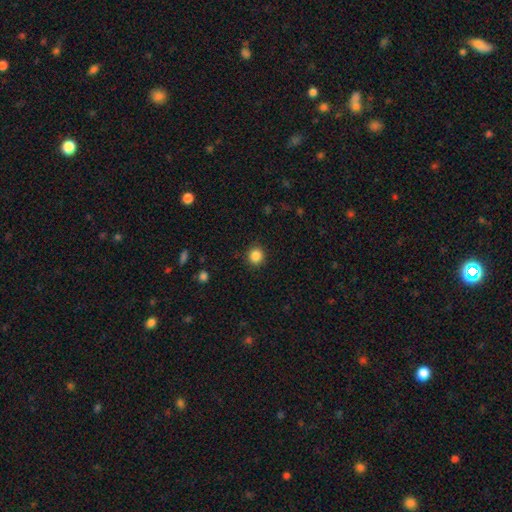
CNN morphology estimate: A smooth galaxy with no disk features (86%) that is round (90%).

Vote fractions:
- Smooth or featured? smooth: 86% / star or artifact: 11% / featured or disk: 3%
- How rounded? round: 90% / in between: 9% / cigar-shaped: 1%
- Merging? none: 90% / minor disturbance: 6% / major disturbance: 2% / merger: 1%